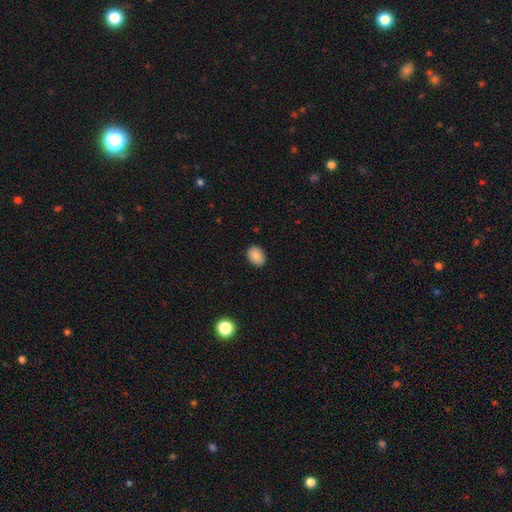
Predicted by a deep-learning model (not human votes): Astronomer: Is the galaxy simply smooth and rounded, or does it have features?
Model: smooth — 89%.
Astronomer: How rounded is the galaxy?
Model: in between — 76%.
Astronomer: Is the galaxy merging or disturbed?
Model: none — 88%.